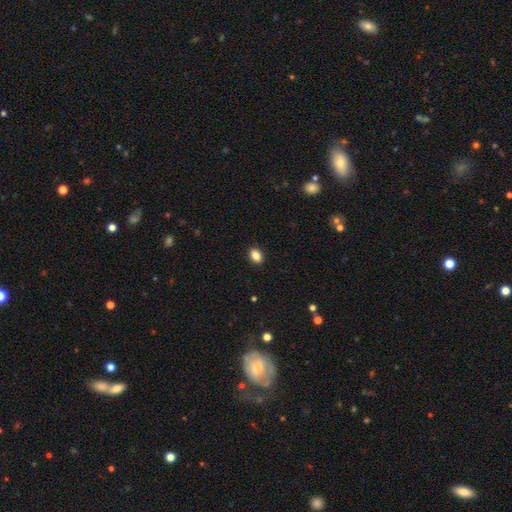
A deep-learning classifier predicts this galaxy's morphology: smooth 86%, star or artifact 9%, featured or disk 4%. Down the decision tree: how rounded — in between (72%); merging — none (90%).